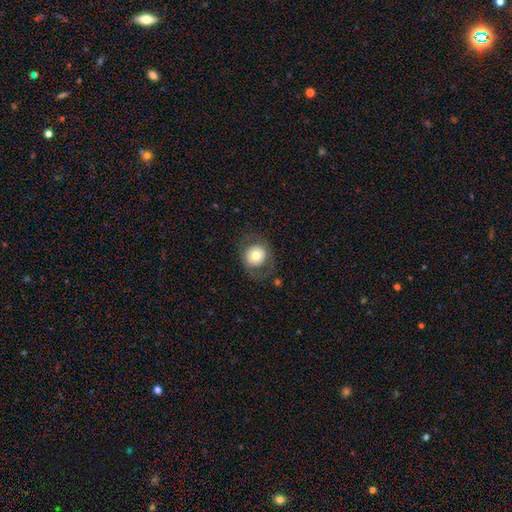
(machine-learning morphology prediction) Smooth or featured: smooth — 63% (featured or disk — 28%)
How rounded: round — 87% (in between — 12%)
Merging: none — 75% (minor disturbance — 13%)